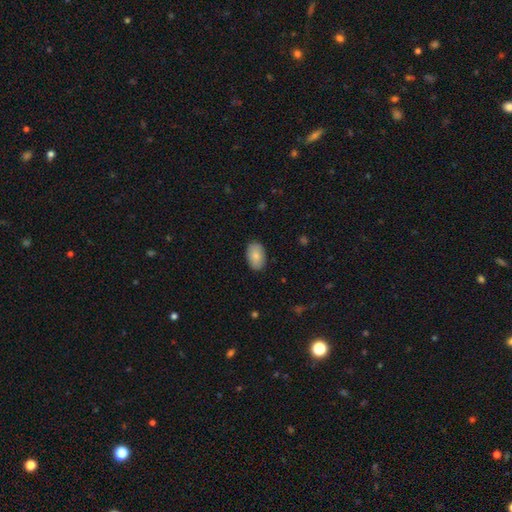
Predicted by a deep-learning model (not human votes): Smooth or featured: smooth — 83% (featured or disk — 11%)
How rounded: in between — 91% (round — 8%)
Merging: none — 86% (minor disturbance — 11%)